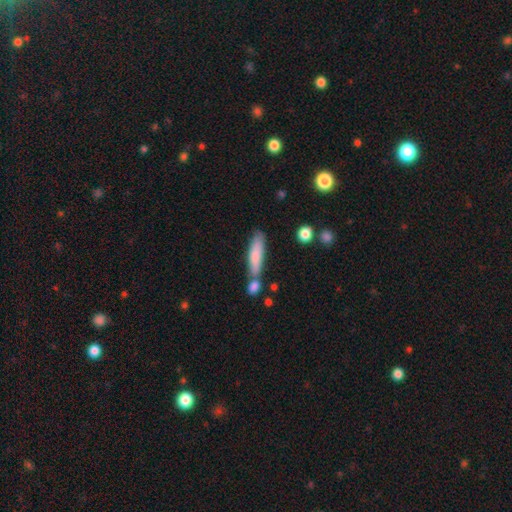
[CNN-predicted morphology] Q: Smooth or featured?
A: smooth (78%); runner-up: featured or disk (16%)
Q: How rounded?
A: cigar-shaped (76%); runner-up: in between (22%)
Q: Merging?
A: none (56%); runner-up: merger (23%)